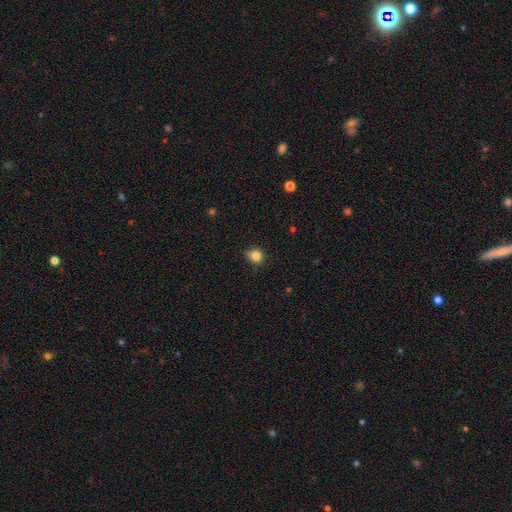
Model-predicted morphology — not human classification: Smooth or featured? smooth (83%)
How rounded? round (79%)
Merging? none (72%)